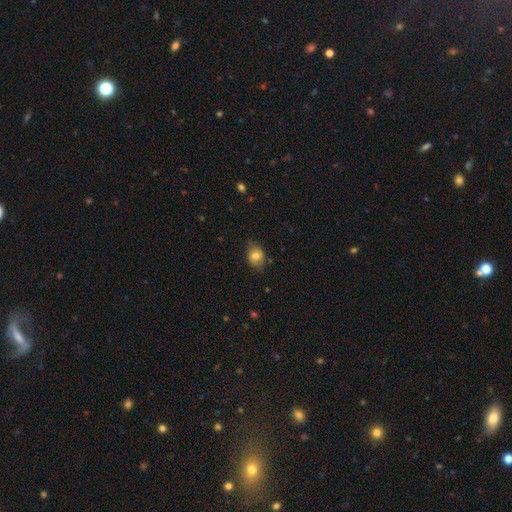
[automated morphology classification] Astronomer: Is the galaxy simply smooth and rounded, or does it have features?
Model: smooth — 75%.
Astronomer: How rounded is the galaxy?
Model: in between — 65%.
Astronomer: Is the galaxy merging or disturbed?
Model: none — 72%.